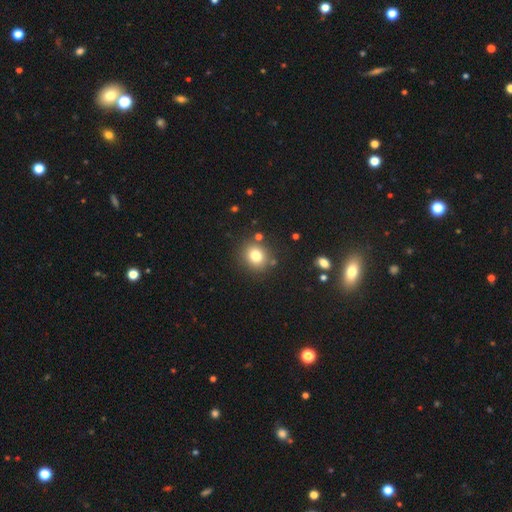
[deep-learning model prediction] Smooth or featured?
  - smooth: 79% *
  - star or artifact: 13%
  - featured or disk: 8%
How rounded?
  - round: 78% *
  - in between: 21%
  - cigar-shaped: 1%
Merging?
  - none: 84% *
  - minor disturbance: 8%
  - merger: 4%
  - major disturbance: 3%